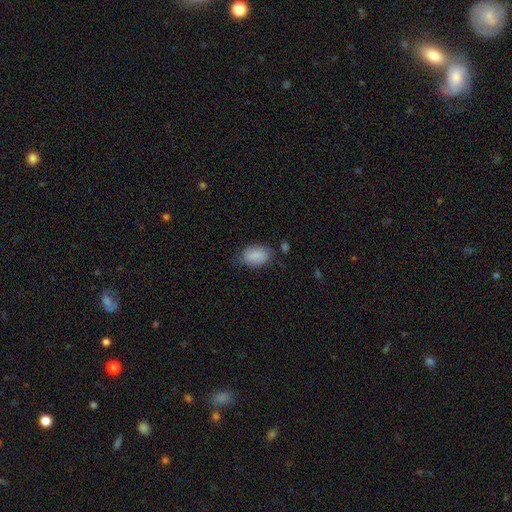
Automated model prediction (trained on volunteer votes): smooth_or_featured: smooth (p=0.87) [alt: star or artifact p=0.07]
how_rounded: in between (p=0.88) [alt: round p=0.11]
merging: none (p=0.67) [alt: minor disturbance p=0.24]